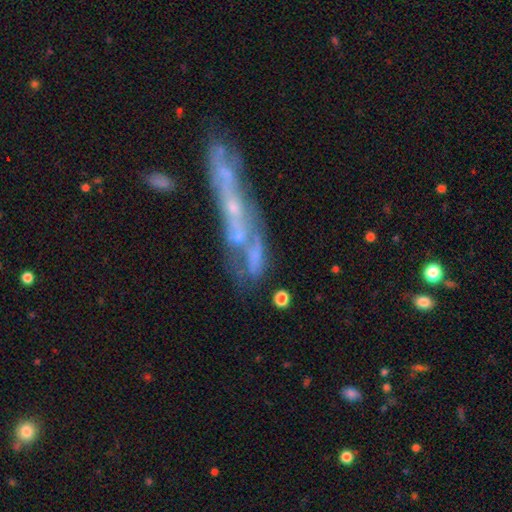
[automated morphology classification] This appears to be a featured or disk galaxy (50%). Merging: merger (43%).